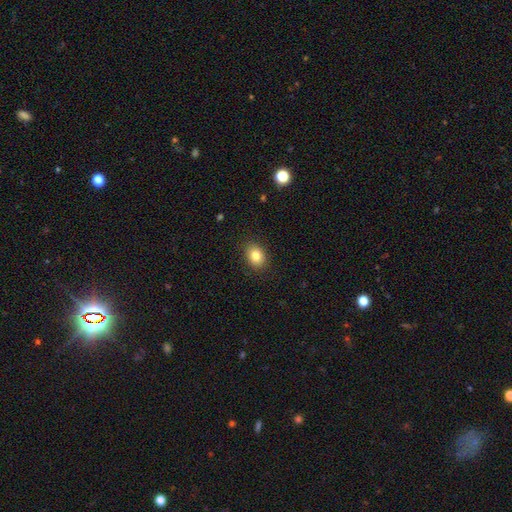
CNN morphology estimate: smooth-or-featured: smooth: 83% | star or artifact: 10% | featured or disk: 7%
  how-rounded: in between: 64% | round: 35% | cigar-shaped: 1%
  merging: none: 88% | minor disturbance: 9% | major disturbance: 2% | merger: 1%